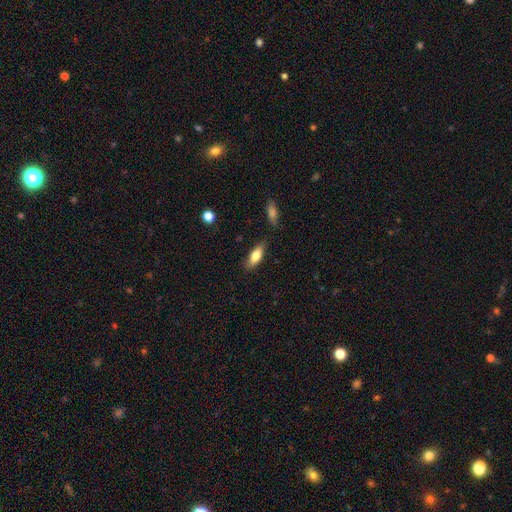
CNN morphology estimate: type=smooth (76%); roundness=in between (71%); merging=none (79%).